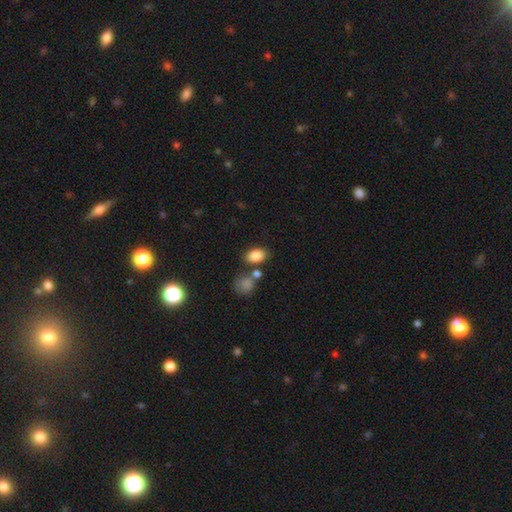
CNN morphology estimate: Smooth or featured? smooth (85%)
How rounded? in between (84%)
Merging? none (65%)